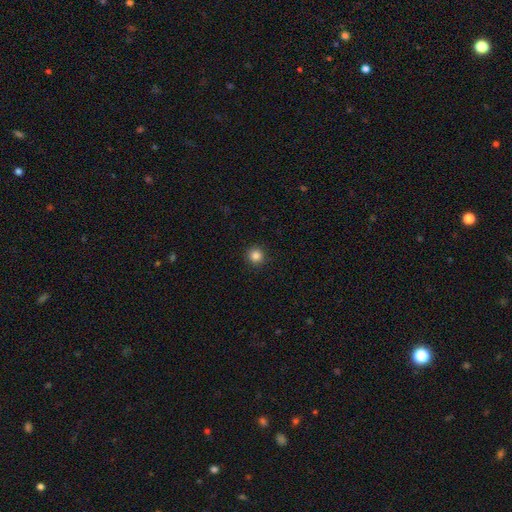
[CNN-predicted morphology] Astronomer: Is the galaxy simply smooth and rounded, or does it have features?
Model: smooth — 85%.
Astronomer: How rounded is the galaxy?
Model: round — 95%.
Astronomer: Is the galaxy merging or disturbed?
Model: none — 92%.